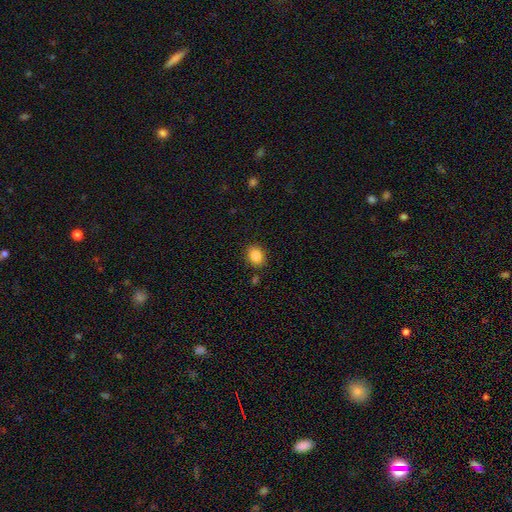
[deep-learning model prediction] Smooth or featured: smooth — 86% (star or artifact — 9%)
How rounded: in between — 56% (round — 43%)
Merging: none — 84% (minor disturbance — 10%)